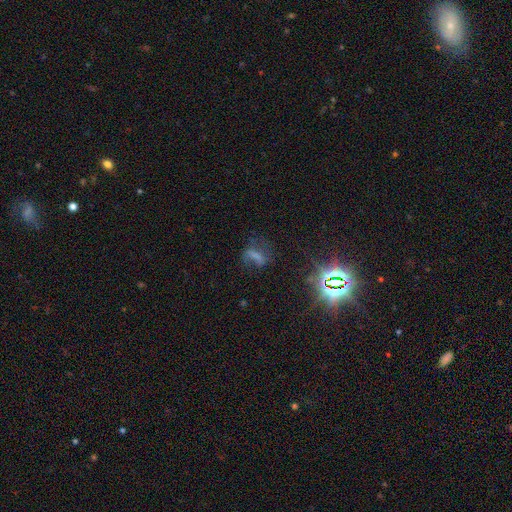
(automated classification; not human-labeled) smooth-or-featured: star or artifact: 45% | featured or disk: 28% | smooth: 27%